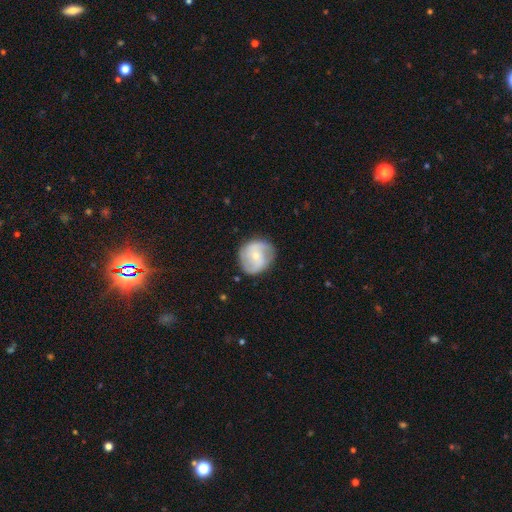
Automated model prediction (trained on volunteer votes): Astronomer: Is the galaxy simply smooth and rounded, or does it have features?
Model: featured or disk — 68%.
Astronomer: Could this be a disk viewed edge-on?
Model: no — 98%.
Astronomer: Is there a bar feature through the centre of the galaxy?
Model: no — 56% (runner-up: weak, 34%).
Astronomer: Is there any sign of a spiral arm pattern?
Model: yes — 89%.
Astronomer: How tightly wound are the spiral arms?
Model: medium — 46% (runner-up: tight, 30%).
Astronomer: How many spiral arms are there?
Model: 2 — 70%.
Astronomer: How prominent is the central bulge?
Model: small — 65%.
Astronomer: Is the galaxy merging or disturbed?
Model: none — 80%.